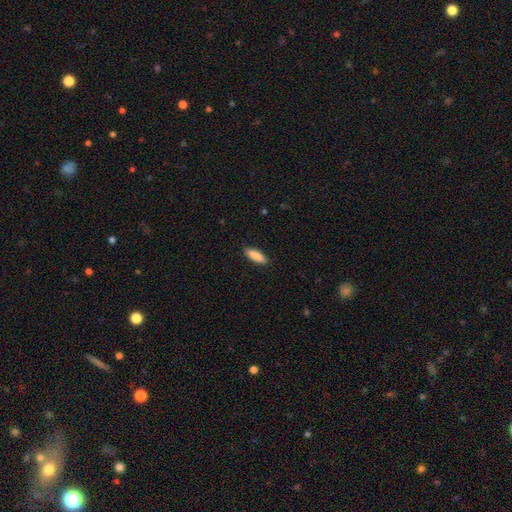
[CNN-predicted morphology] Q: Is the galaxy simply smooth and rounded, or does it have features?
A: smooth — 88%.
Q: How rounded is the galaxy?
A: in between — 57%.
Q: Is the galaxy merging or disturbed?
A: none — 89%.